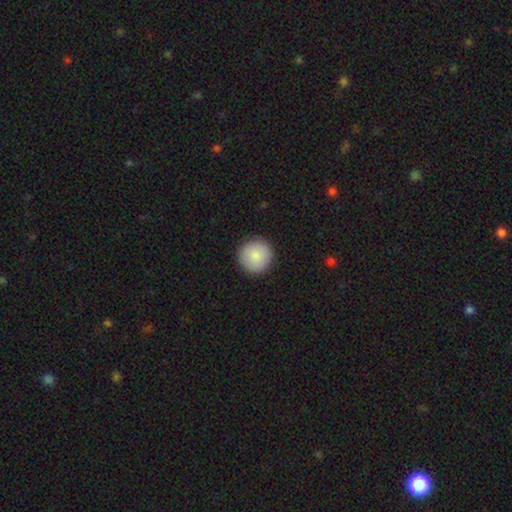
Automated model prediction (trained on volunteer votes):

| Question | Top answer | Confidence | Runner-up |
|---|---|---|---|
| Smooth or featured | smooth | 87% | featured or disk (7%) |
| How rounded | round | 95% | in between (4%) |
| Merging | none | 91% | minor disturbance (6%) |